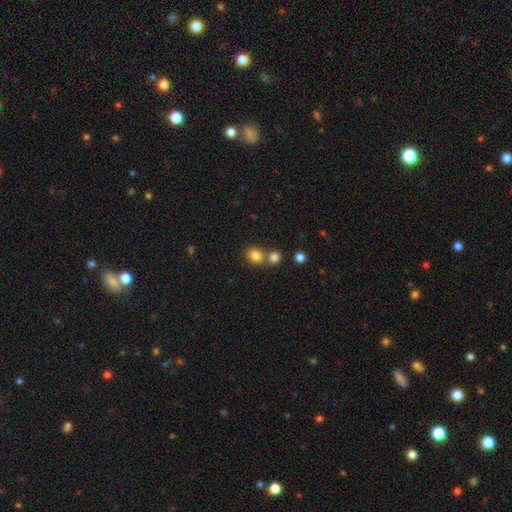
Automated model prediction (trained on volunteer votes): Morphology: type=smooth (82%); roundness=round (70%); merging=none (57%).